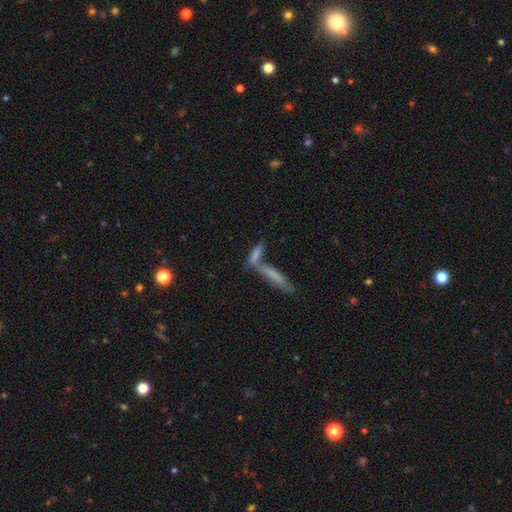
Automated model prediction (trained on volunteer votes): A smooth galaxy with no disk features (60%) that is cigar-shaped (74%). Merging: merger (45%).